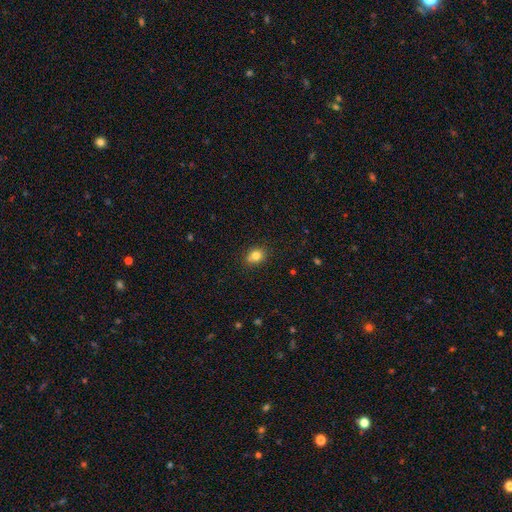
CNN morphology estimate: smooth-or-featured: smooth: 80% | star or artifact: 12% | featured or disk: 8%
  how-rounded: round: 60% | in between: 39% | cigar-shaped: 1%
  merging: none: 75% | minor disturbance: 16% | merger: 6% | major disturbance: 3%